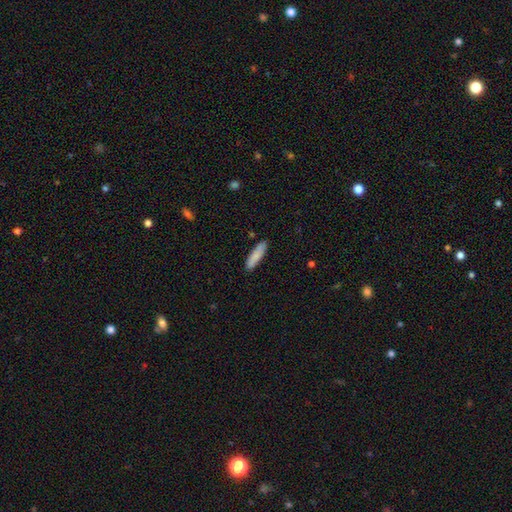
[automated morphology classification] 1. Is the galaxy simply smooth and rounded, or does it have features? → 84% smooth, 11% featured or disk, 5% star or artifact.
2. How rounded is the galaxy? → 70% cigar-shaped, 29% in between, 1% round.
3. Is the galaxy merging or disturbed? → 87% none, 10% minor disturbance, 2% major disturbance, 2% merger.